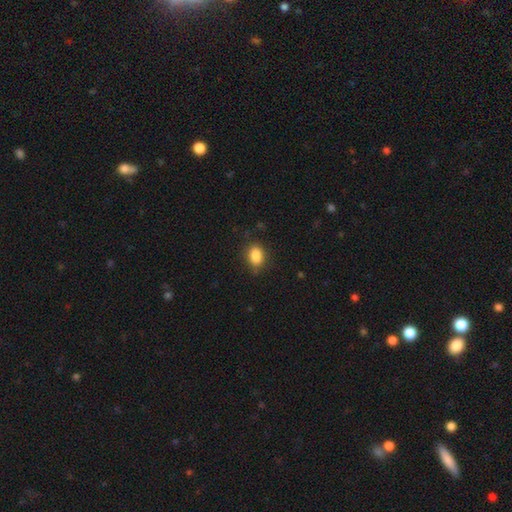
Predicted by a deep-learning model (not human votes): Smooth or featured? Predicted: smooth (p=0.87). How rounded? Predicted: in between (p=0.78). Merging? Predicted: none (p=0.79).